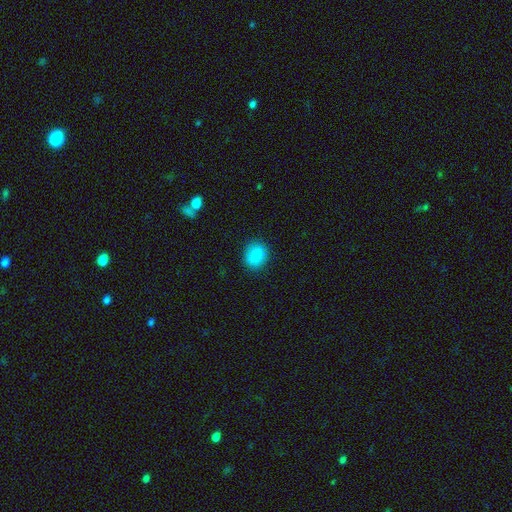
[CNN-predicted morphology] This is clearly a smooth galaxy (87%). How rounded: possibly in between (52%). Merging: clearly none (86%).